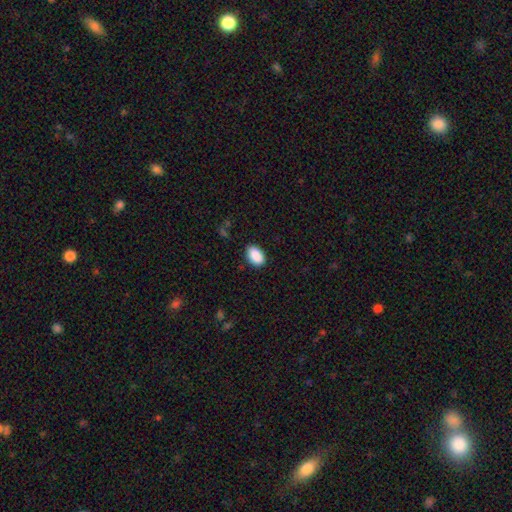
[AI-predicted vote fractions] Smooth or featured? smooth (90%)
How rounded? in between (91%)
Merging? none (87%)